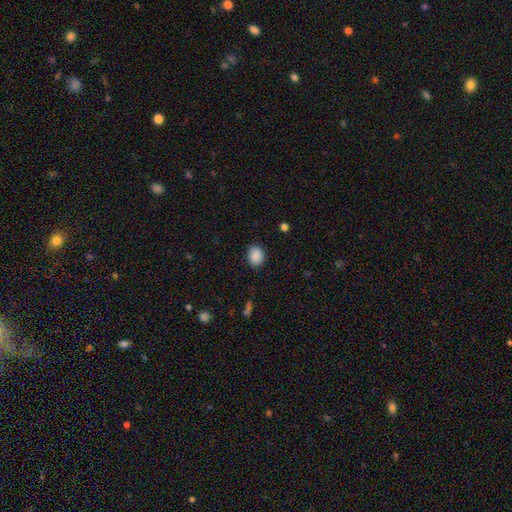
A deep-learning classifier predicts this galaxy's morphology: smooth 89%, star or artifact 8%, featured or disk 3%. Down the decision tree: how rounded — in between (50%); merging — none (86%).